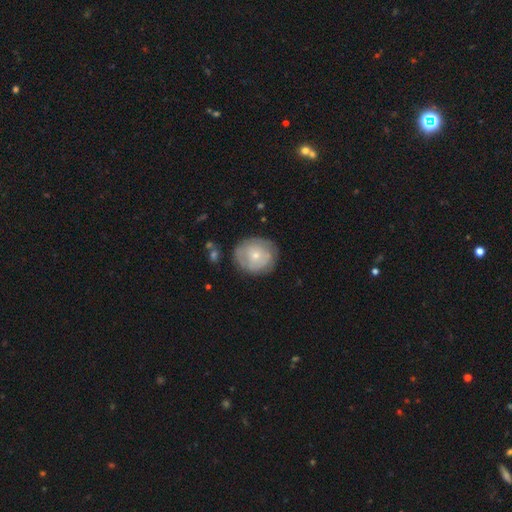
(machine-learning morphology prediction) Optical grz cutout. It shows a smooth galaxy with no disk features (51%) that is round (85%). Merging: none (73%).